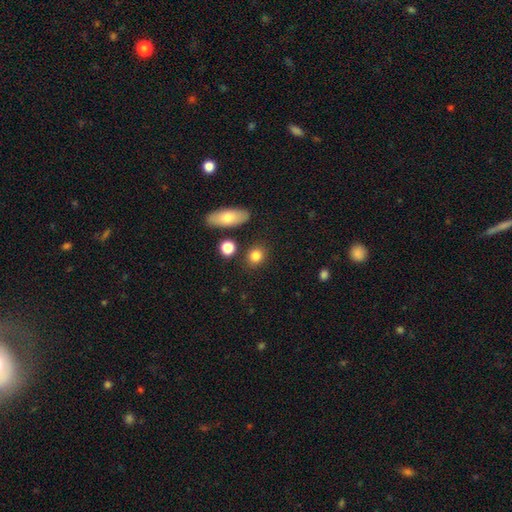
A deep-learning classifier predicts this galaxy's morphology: This appears to be a smooth galaxy with no disk features (83%) that is round (60%). Merging: none (82%).